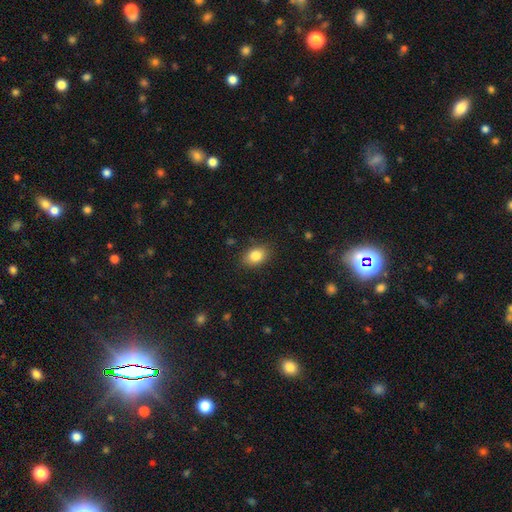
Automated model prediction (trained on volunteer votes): Smooth or featured? Predicted: smooth (p=0.84). How rounded? Predicted: in between (p=0.76). Merging? Predicted: none (p=0.85).